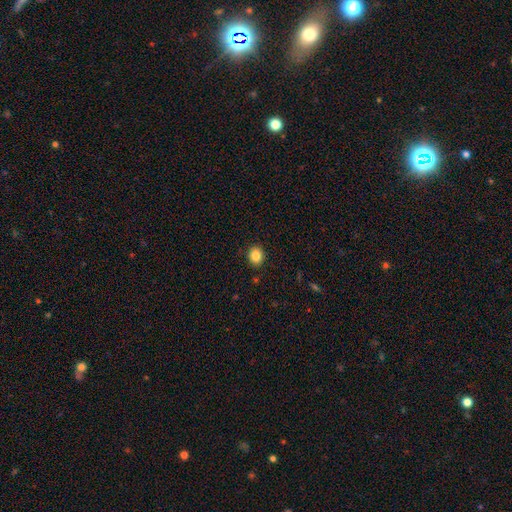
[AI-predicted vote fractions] This appears to be a smooth galaxy with no disk features (86%) that is round (66%). Merging: none (90%).